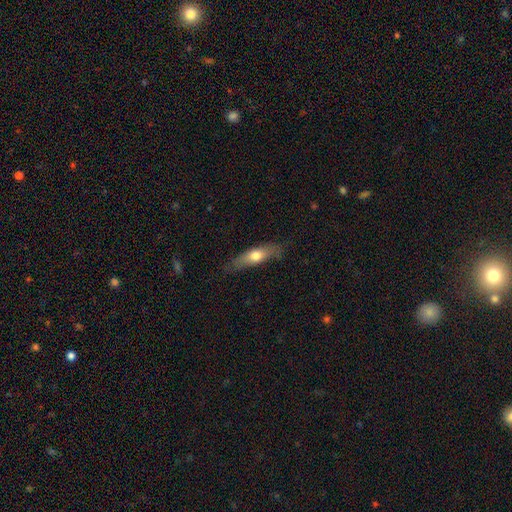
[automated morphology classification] Overall: smooth (61%; featured or disk 33%). How rounded: cigar-shaped (59%; in between 39%). Merging: none (74%).